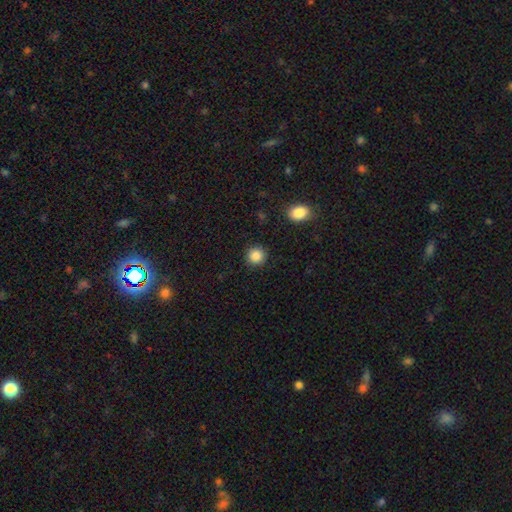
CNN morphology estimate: smooth 87%, star or artifact 10%, featured or disk 3%. Down the decision tree: how rounded — round (93%); merging — none (91%).